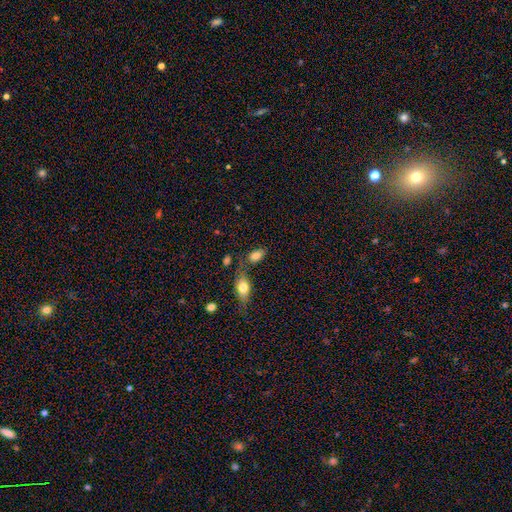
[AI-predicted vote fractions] A smooth galaxy with no disk features (81%) that is in between round and cigar-shaped (87%). Merging: none (57%).